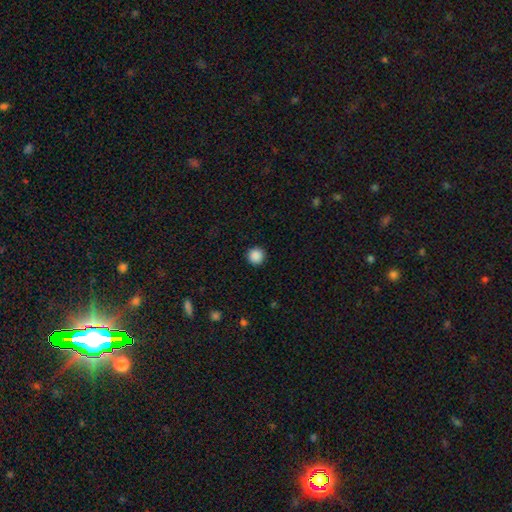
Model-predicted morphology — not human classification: Smooth or featured: smooth — 88% (star or artifact — 10%)
How rounded: round — 96% (in between — 3%)
Merging: none — 92% (minor disturbance — 5%)